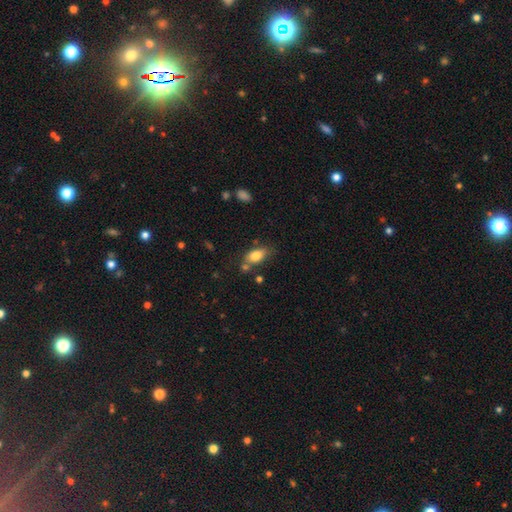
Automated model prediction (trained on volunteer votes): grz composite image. It shows a smooth galaxy with no disk features (80%) that is in between round and cigar-shaped (87%). Merging: none (62%).